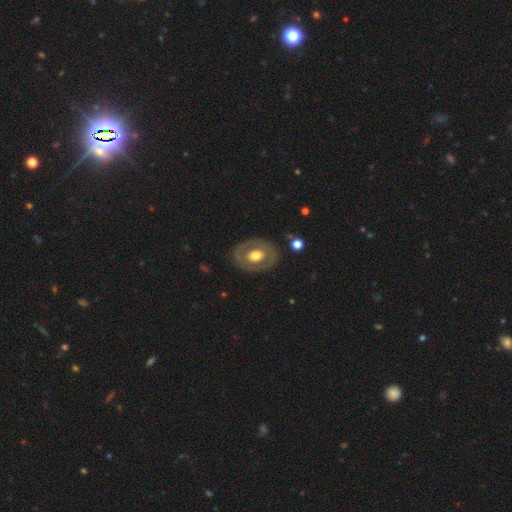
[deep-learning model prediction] The model was most divided on "smooth or featured": featured or disk: 53%, smooth: 41%, star or artifact: 5%. More confident: edge-on disk — no (94%); spiral arms — no (86%); bar — no (83%); merging — none (82%); bulge size — moderate (55%).